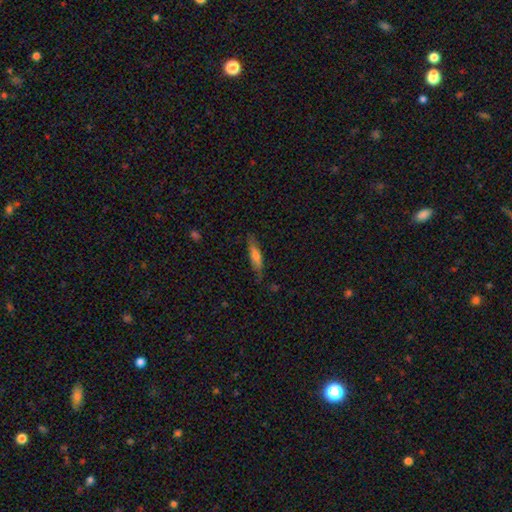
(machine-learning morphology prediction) Smooth or featured?
  - smooth: 63% *
  - featured or disk: 30%
  - star or artifact: 7%
How rounded?
  - cigar-shaped: 72% *
  - in between: 26%
  - round: 2%
Merging?
  - none: 75% *
  - minor disturbance: 19%
  - major disturbance: 4%
  - merger: 2%